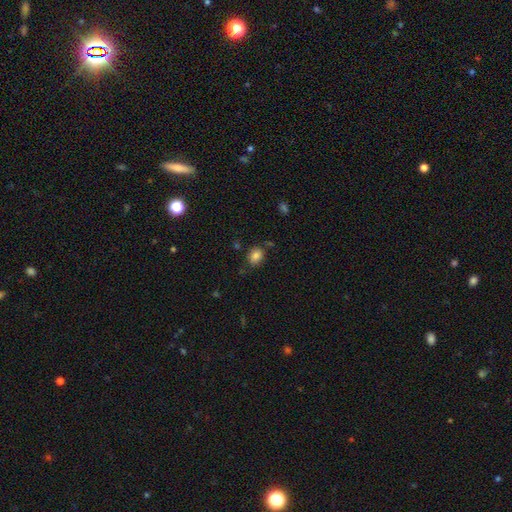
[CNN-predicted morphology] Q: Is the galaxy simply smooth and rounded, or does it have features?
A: smooth — 83%.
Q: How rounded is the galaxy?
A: in between — 55%.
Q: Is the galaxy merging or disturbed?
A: none — 75%.